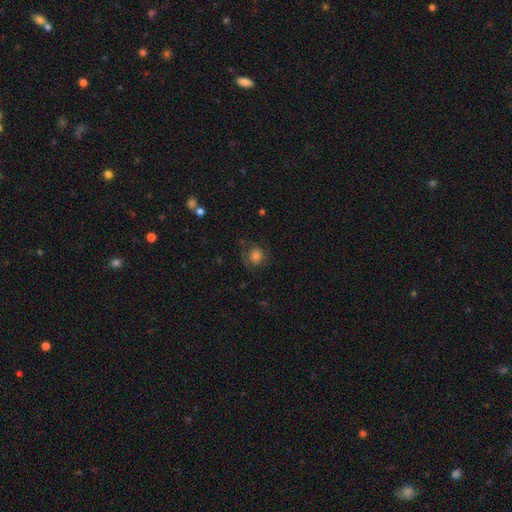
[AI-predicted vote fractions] smooth 72%, featured or disk 16%, star or artifact 12%. Down the decision tree: how rounded — round (77%); merging — none (63%).